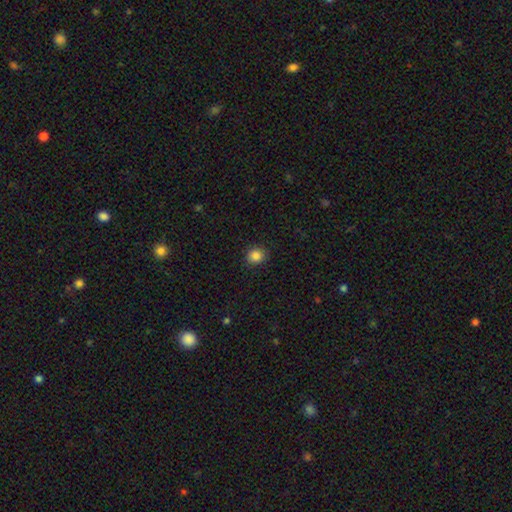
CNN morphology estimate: A smooth galaxy with no disk features (86%) that is round (80%).

Vote fractions:
- Smooth or featured? smooth: 86% / star or artifact: 11% / featured or disk: 4%
- How rounded? round: 80% / in between: 19% / cigar-shaped: 1%
- Merging? none: 88% / minor disturbance: 8% / major disturbance: 2% / merger: 1%